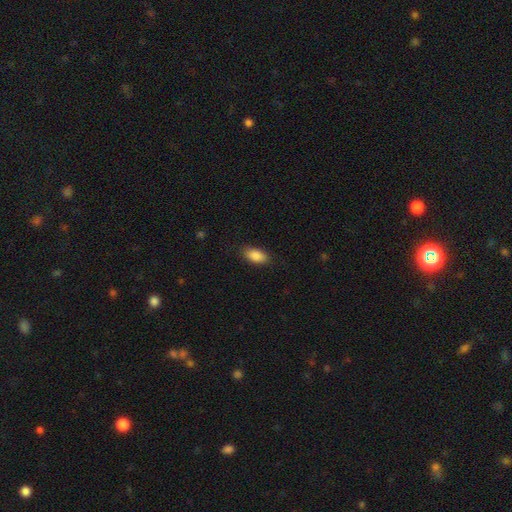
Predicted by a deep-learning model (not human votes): Smooth or featured? smooth (87%)
How rounded? in between (91%)
Merging? none (85%)